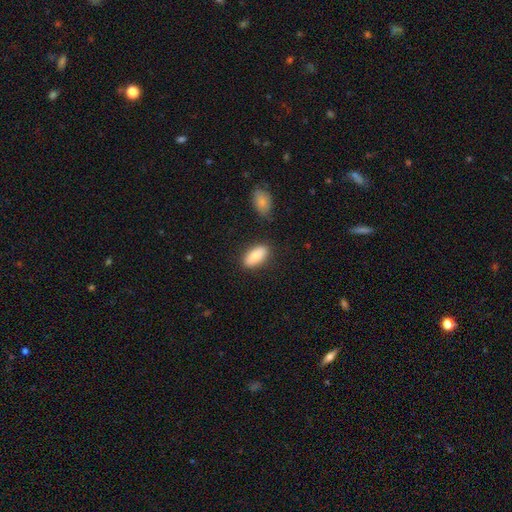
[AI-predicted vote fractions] The model was most divided on "merging": none: 82%, minor disturbance: 12%, merger: 4%, major disturbance: 3%. More confident: how rounded — in between (87%); smooth or featured — smooth (83%).